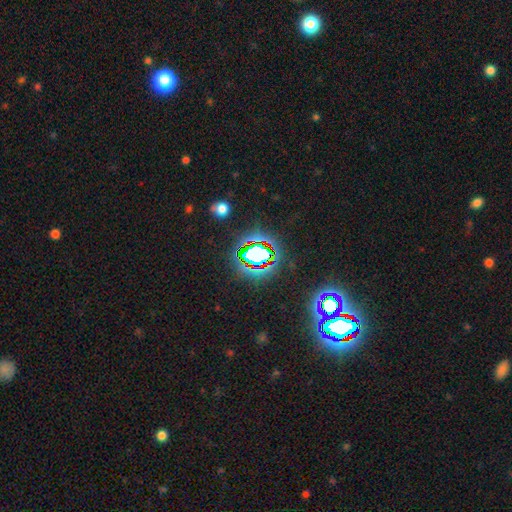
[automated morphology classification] smooth-or-featured: star or artifact: 65% | smooth: 22% | featured or disk: 14%